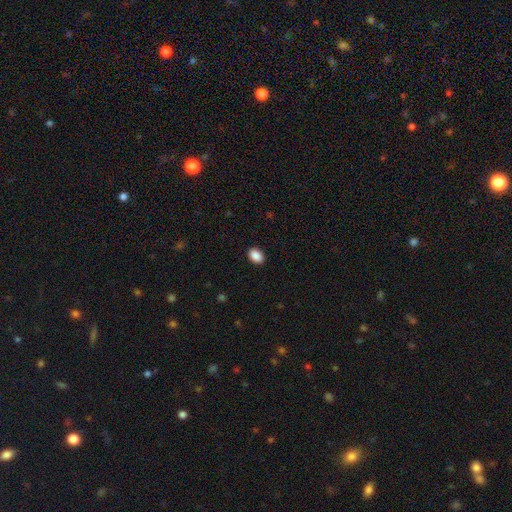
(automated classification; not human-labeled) The model was most divided on "how rounded": in between: 78%, round: 21%, cigar-shaped: 1%. More confident: merging — none (90%); smooth or featured — smooth (89%).